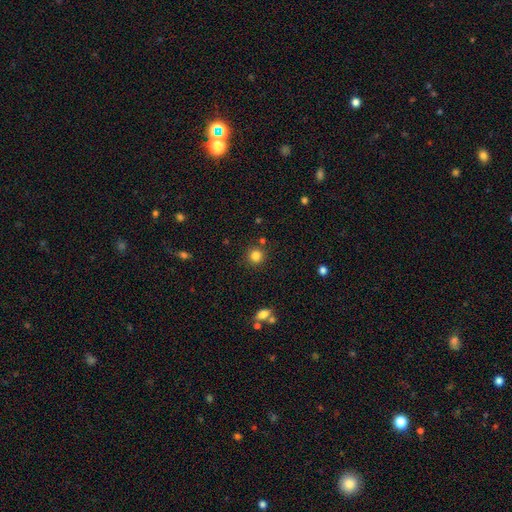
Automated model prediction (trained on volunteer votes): This appears to be a smooth galaxy with no disk features (83%) that is round (93%). Merging: none (85%).